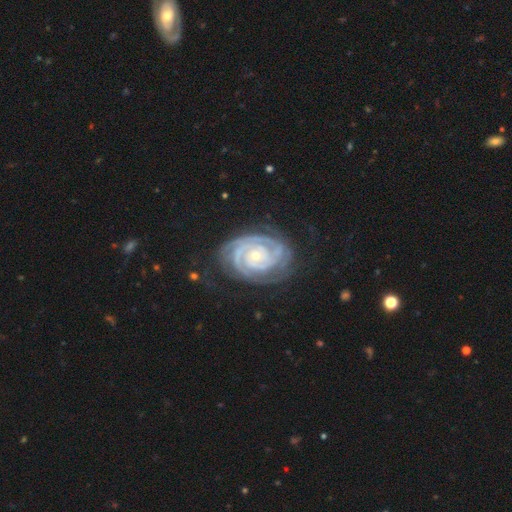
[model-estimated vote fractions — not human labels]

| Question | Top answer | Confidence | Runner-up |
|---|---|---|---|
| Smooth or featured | featured or disk | 91% | star or artifact (5%) |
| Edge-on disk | no | 97% | yes (3%) |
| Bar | no | 76% | weak (16%) |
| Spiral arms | yes | 98% | no (2%) |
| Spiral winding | tight | 85% | medium (13%) |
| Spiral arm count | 2 | 33% | 3 (24%) |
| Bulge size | small | 72% | moderate (24%) |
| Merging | none | 73% | minor disturbance (18%) |